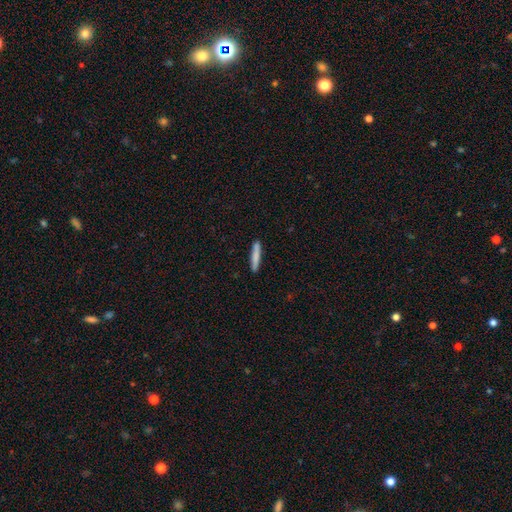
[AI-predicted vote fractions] A smooth galaxy with no disk features (78%) that is cigar-shaped (92%).

Vote fractions:
- Smooth or featured? smooth: 78% / featured or disk: 16% / star or artifact: 6%
- How rounded? cigar-shaped: 92% / in between: 6% / round: 1%
- Merging? none: 86% / minor disturbance: 9% / merger: 2% / major disturbance: 2%